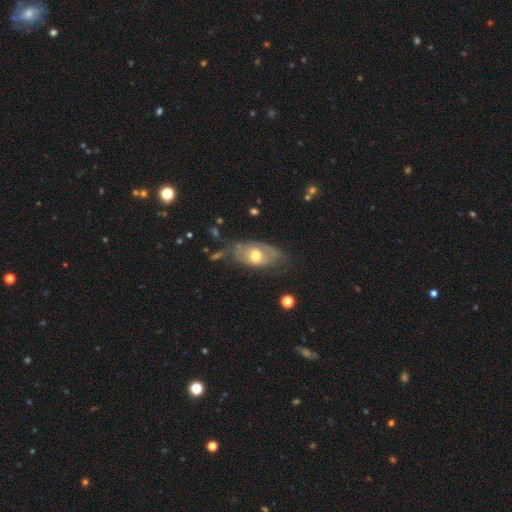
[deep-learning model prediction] Morphology: type=smooth (49%); merging=none (51%).